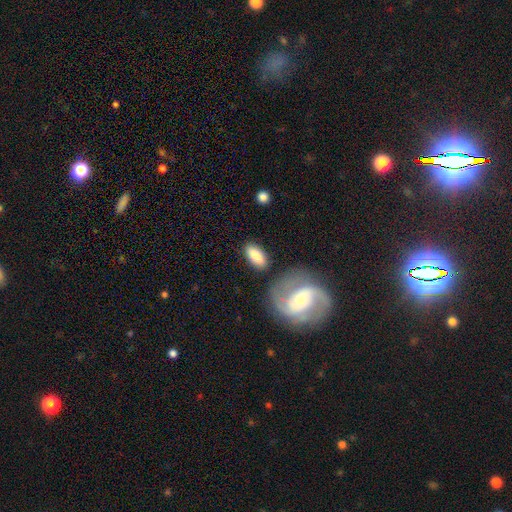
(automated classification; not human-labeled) Q: Smooth or featured?
A: smooth (83%); runner-up: featured or disk (11%)
Q: How rounded?
A: in between (89%); runner-up: cigar-shaped (7%)
Q: Merging?
A: none (74%); runner-up: minor disturbance (14%)